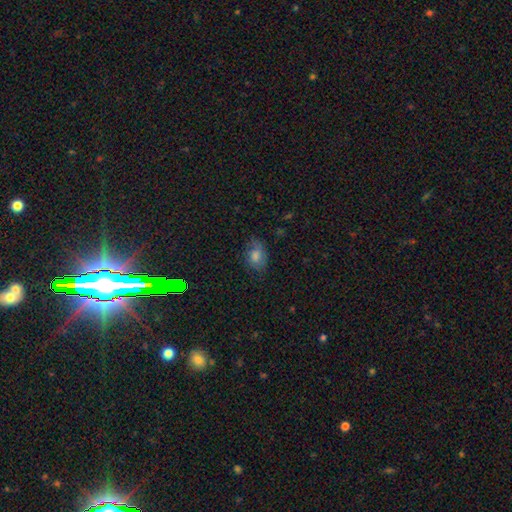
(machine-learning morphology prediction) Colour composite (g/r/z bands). It shows a smooth galaxy with no disk features (66%) that is in between round and cigar-shaped (71%). Merging: none (69%).